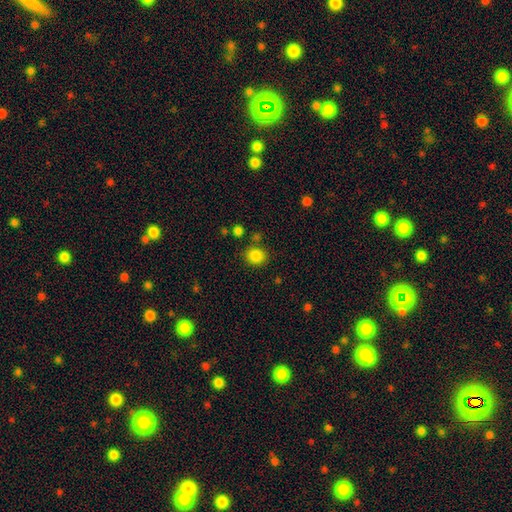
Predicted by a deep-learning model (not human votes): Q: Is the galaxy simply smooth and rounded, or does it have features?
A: smooth — 85%.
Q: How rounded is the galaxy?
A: round — 75%.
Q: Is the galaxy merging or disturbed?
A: none — 81%.